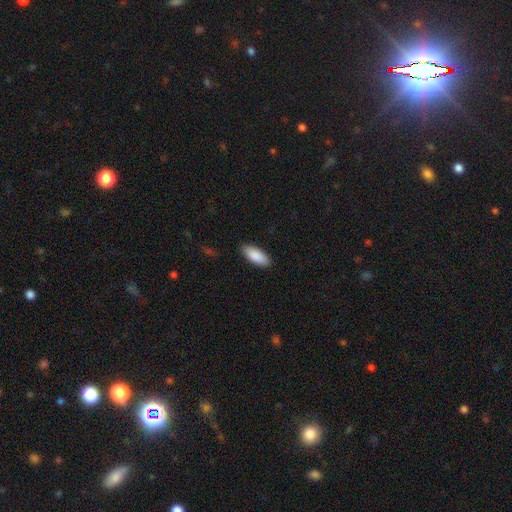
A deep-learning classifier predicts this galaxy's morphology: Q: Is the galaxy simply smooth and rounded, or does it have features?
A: smooth — 89%.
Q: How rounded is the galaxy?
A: in between — 84%.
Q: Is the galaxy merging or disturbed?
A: none — 89%.